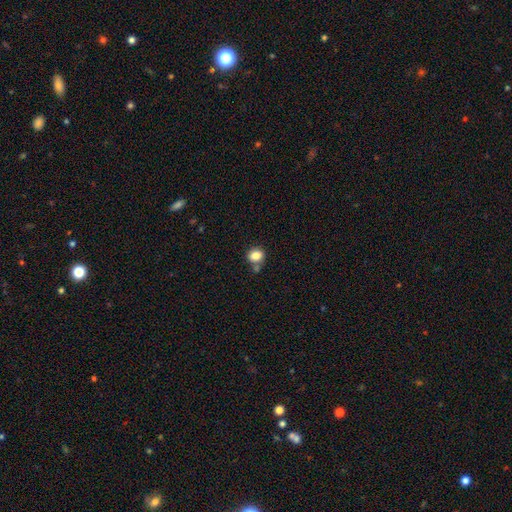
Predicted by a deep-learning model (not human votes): A smooth galaxy with no disk features (84%) that is round (65%). Merging: none (65%).